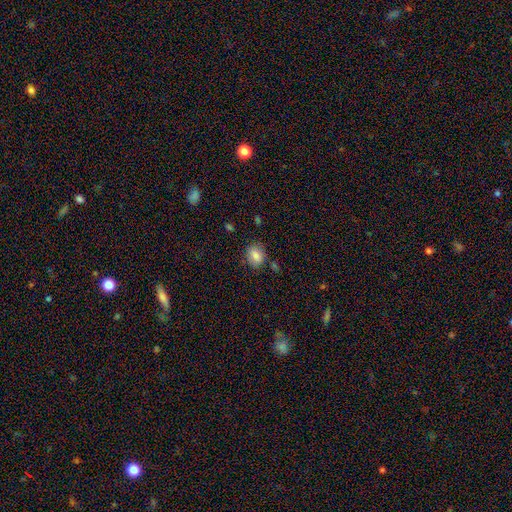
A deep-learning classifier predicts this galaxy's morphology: Overall: smooth (82%). How rounded: in between (64%; round 34%). Merging: none (77%).